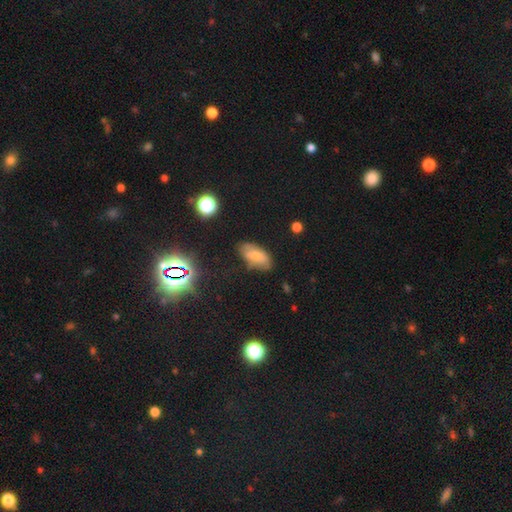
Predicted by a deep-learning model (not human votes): This appears to be a smooth galaxy with no disk features (65%) that is in between round and cigar-shaped (91%). Merging: none (68%).